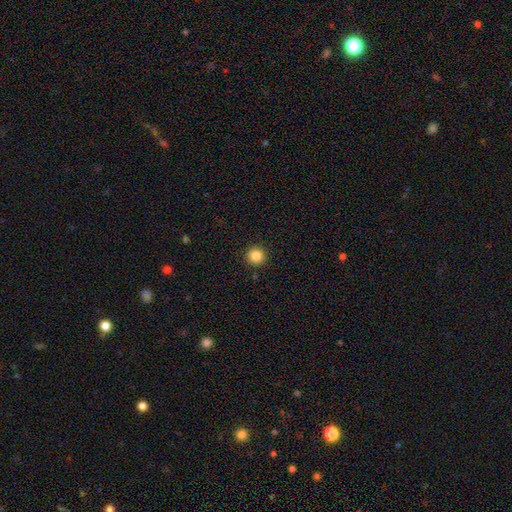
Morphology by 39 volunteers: Smooth or featured: smooth — 87% (star or artifact — 8%)
How rounded: round — 97% (in between — 3%)
Merging: none — 83% (minor disturbance — 11%)